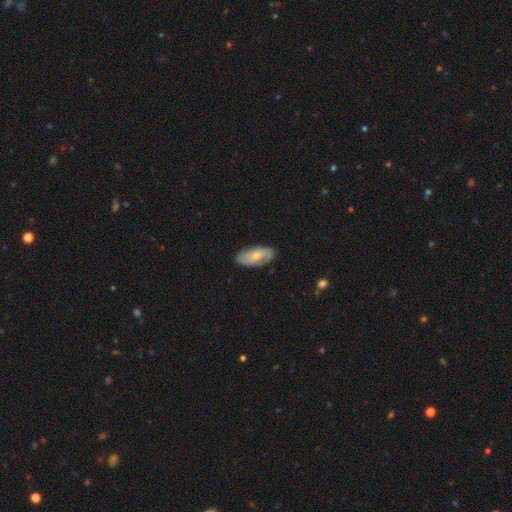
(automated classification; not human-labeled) Smooth or featured: smooth — 52% (featured or disk — 42%)
How rounded: in between — 88% (cigar-shaped — 9%)
Merging: none — 81% (minor disturbance — 15%)